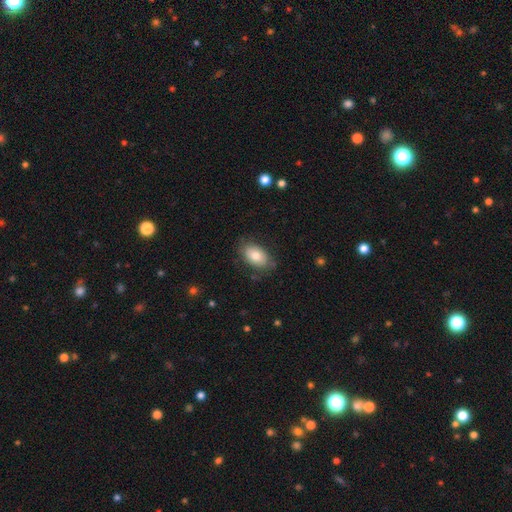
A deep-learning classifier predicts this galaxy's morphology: A smooth galaxy with no disk features (78%) that is in between round and cigar-shaped (90%). Merging: none (76%).